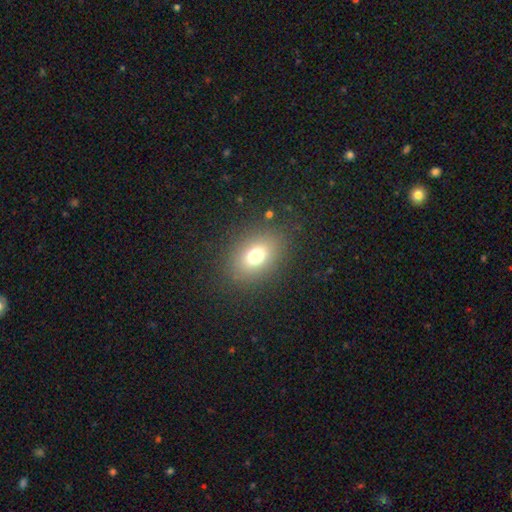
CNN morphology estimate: smooth-or-featured: smooth: 71% | star or artifact: 16% | featured or disk: 13%
  how-rounded: in between: 64% | round: 34% | cigar-shaped: 1%
  merging: none: 85% | minor disturbance: 9% | major disturbance: 5% | merger: 1%